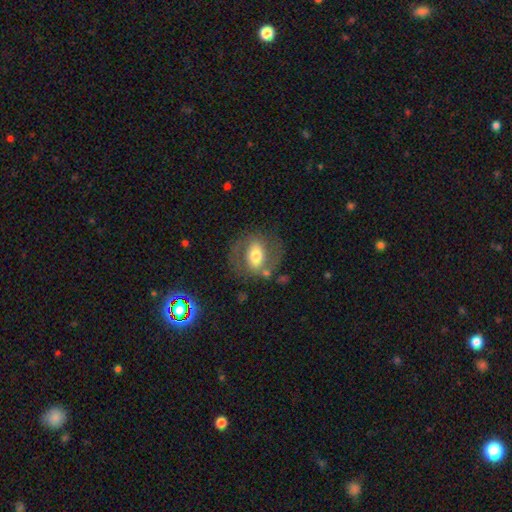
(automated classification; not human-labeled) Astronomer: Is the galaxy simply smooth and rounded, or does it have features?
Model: featured or disk — 55% (runner-up: smooth, 38%).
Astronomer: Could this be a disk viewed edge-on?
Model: no — 93%.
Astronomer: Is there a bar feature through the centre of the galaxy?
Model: strong — 37% (runner-up: weak, 34%).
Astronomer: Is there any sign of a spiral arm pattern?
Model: yes — 56% (runner-up: no, 44%).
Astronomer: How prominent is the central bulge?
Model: moderate — 62%.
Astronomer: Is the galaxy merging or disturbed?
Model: none — 66%.